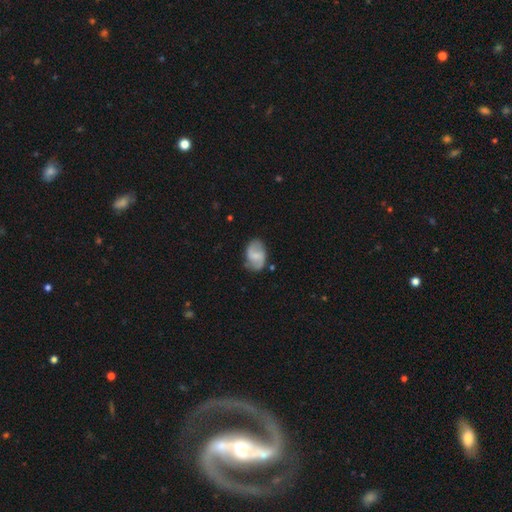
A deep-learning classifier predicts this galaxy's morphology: Q: Smooth or featured?
A: featured or disk (59%); runner-up: smooth (34%)
Q: Edge-on disk?
A: no (97%); runner-up: yes (3%)
Q: Bar?
A: weak (52%); runner-up: no (32%)
Q: Spiral arms?
A: yes (88%); runner-up: no (12%)
Q: Spiral winding?
A: loose (43%); runner-up: medium (42%)
Q: Spiral arm count?
A: 2 (87%); runner-up: can't tell (7%)
Q: Bulge size?
A: small (42%); runner-up: none (27%)
Q: Merging?
A: none (73%); runner-up: minor disturbance (19%)